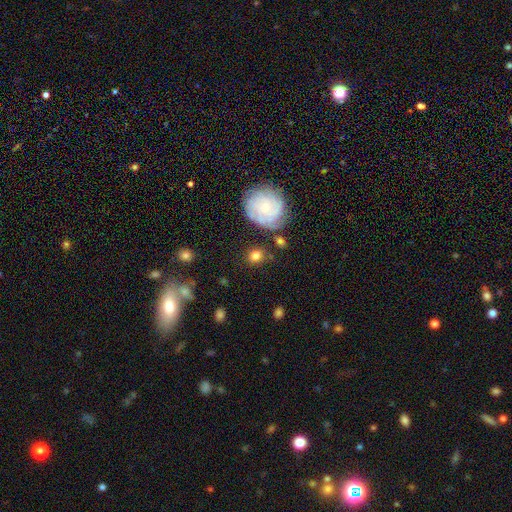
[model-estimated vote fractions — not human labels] Smooth or featured? Predicted: smooth (p=0.69). How rounded? Predicted: round (p=0.76). Merging? Predicted: none (p=0.76).